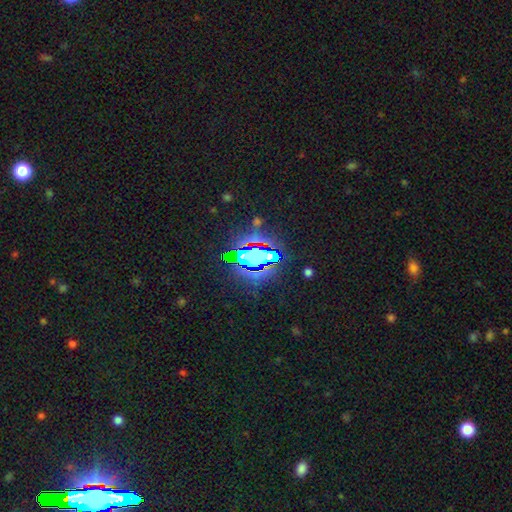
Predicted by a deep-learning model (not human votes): Overall: star or artifact (66%).